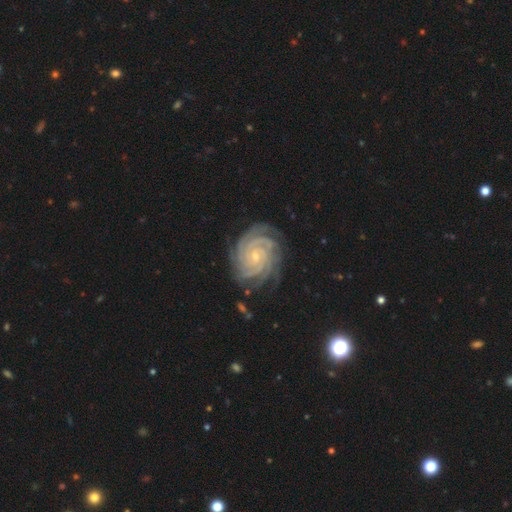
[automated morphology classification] featured or disk 92%, star or artifact 5%, smooth 3%. Down the decision tree: edge-on disk — no (98%); bar — no (67%); spiral arms — yes (99%); spiral arm count — 4 (36%); spiral winding — tight (86%); bulge size — small (76%); merging — none (80%).